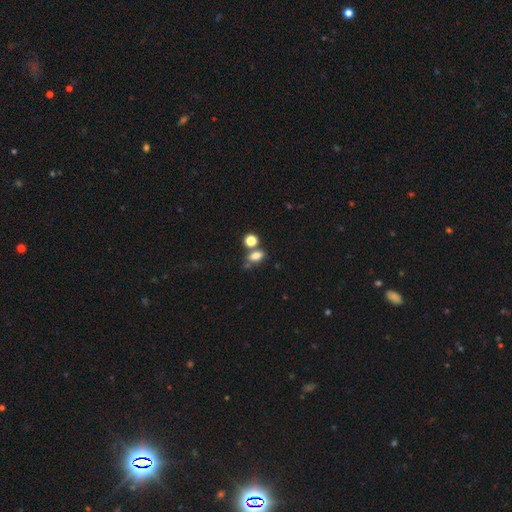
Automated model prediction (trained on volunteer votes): smooth_or_featured: smooth (p=0.79) [alt: star or artifact p=0.13]
how_rounded: in between (p=0.78) [alt: round p=0.18]
merging: none (p=0.58) [alt: merger p=0.23]